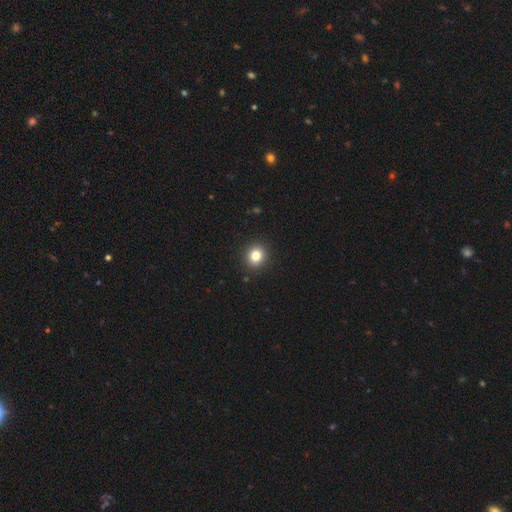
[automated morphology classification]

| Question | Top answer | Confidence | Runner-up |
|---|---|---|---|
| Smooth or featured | smooth | 83% | star or artifact (11%) |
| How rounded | round | 80% | in between (19%) |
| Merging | none | 92% | minor disturbance (5%) |